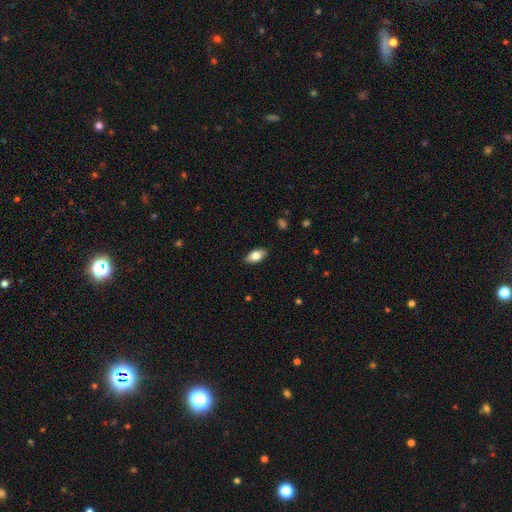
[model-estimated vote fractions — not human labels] This appears to be a smooth galaxy with no disk features (77%) that is in between round and cigar-shaped (90%). Merging: none (88%).